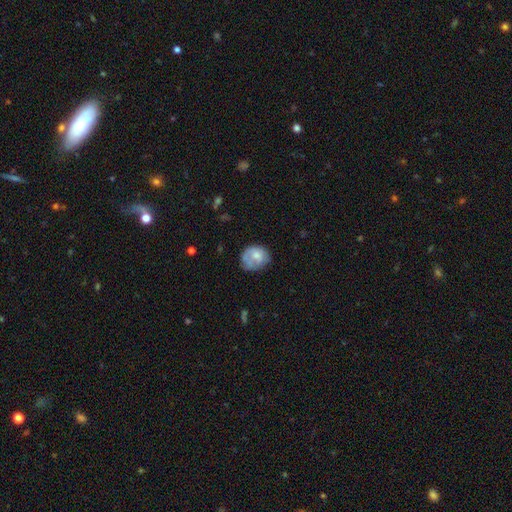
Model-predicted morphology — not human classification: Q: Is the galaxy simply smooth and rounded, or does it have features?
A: smooth — 64%.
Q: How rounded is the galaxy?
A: round — 62%.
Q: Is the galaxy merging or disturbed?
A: none — 51%.